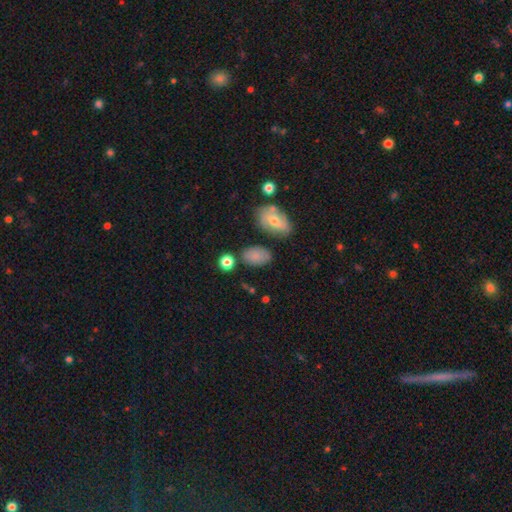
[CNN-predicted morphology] A smooth galaxy with no disk features (79%) that is in between round and cigar-shaped (85%).

Vote fractions:
- Smooth or featured? smooth: 79% / featured or disk: 11% / star or artifact: 10%
- How rounded? in between: 85% / round: 14% / cigar-shaped: 2%
- Merging? none: 67% / minor disturbance: 19% / merger: 8% / major disturbance: 6%